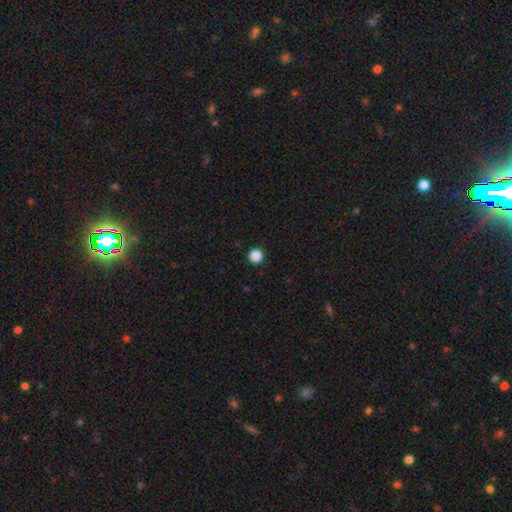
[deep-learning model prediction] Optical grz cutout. It shows a smooth galaxy with no disk features (87%) that is round (96%). Merging: none (94%).